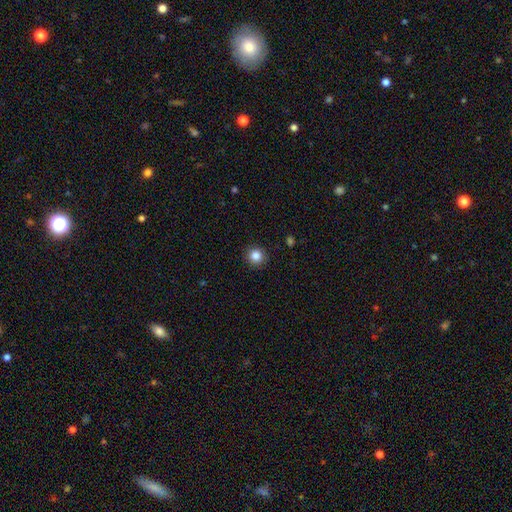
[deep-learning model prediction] Q: Smooth or featured?
A: smooth (85%); runner-up: star or artifact (11%)
Q: How rounded?
A: round (94%); runner-up: in between (5%)
Q: Merging?
A: none (92%); runner-up: minor disturbance (5%)